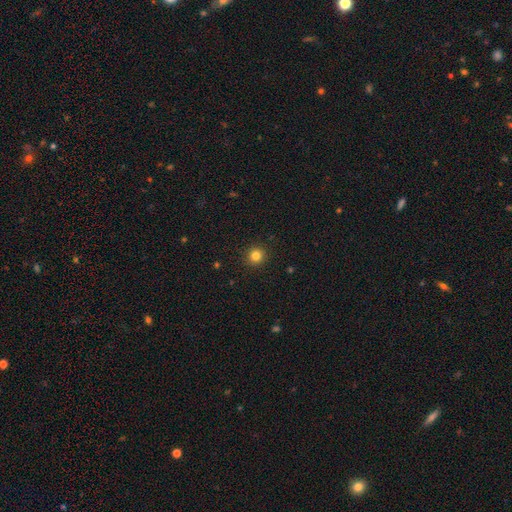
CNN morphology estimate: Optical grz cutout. It shows a smooth galaxy with no disk features (82%) that is round (94%). Merging: none (93%).